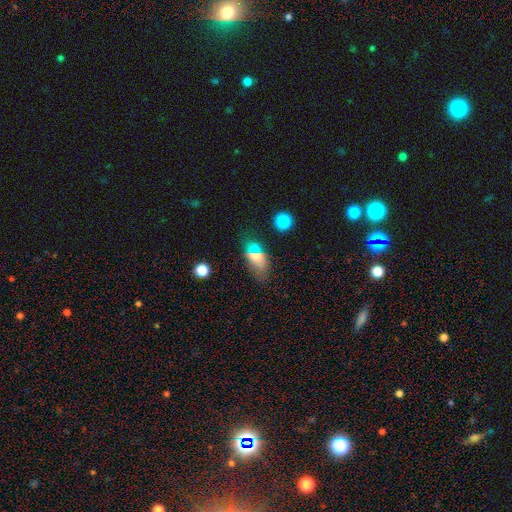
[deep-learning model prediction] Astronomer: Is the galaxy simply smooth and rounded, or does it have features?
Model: smooth — 65%.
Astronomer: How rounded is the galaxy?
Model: in between — 78%.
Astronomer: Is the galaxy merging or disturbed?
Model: none — 54%.